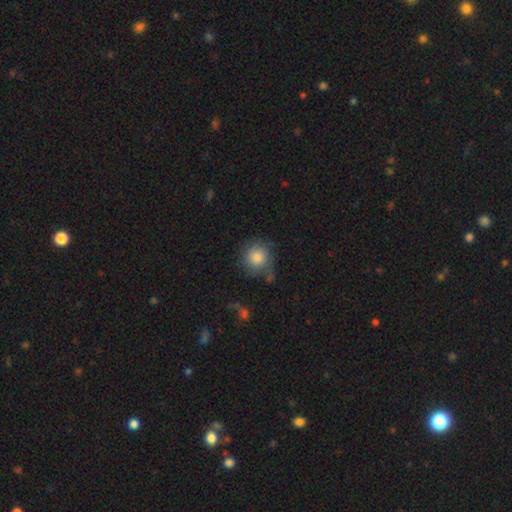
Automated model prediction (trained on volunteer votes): Morphology: type=smooth (78%); roundness=round (91%); merging=none (69%).